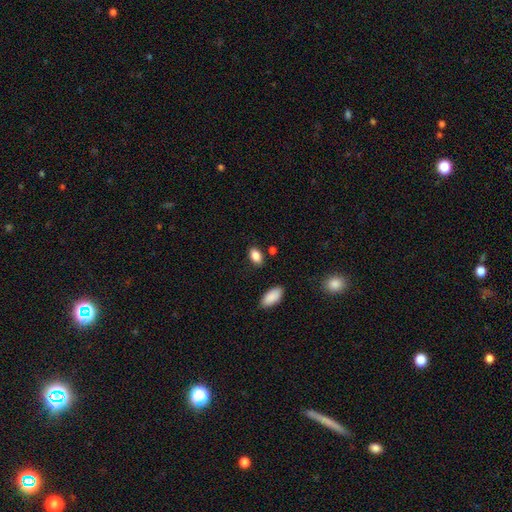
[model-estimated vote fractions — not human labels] Morphology: type=smooth (87%); roundness=in between (90%); merging=none (84%).